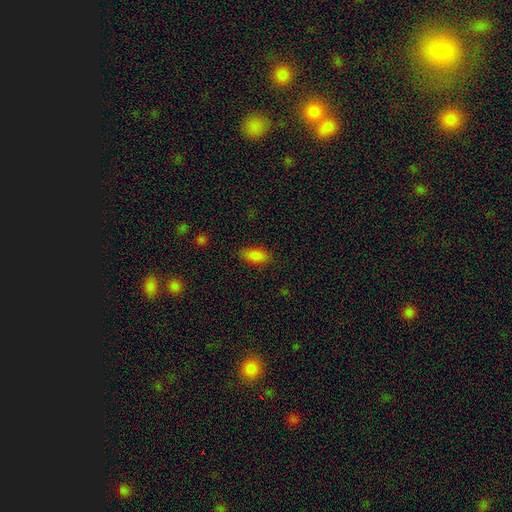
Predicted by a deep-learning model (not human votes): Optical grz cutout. It shows a smooth galaxy with no disk features (86%) that is in between round and cigar-shaped (87%). Merging: none (85%).